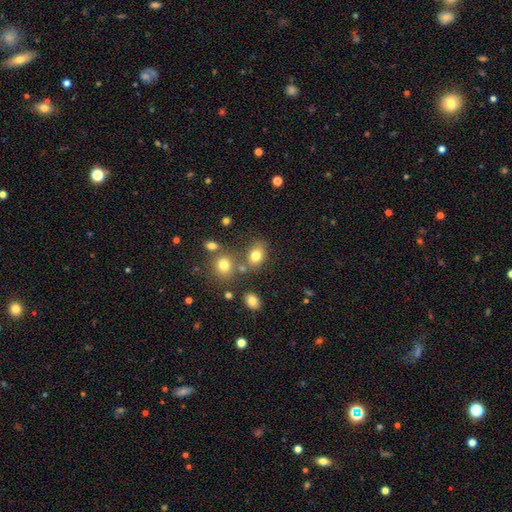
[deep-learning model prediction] This is likely a smooth galaxy (77%). How rounded: likely in between (64%). Merging: likely none (65%).